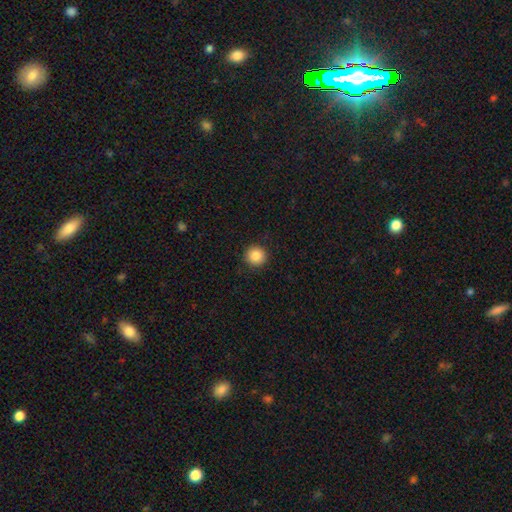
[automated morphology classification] The model was most divided on "smooth or featured": smooth: 87%, star or artifact: 9%, featured or disk: 4%. More confident: how rounded — round (94%); merging — none (92%).